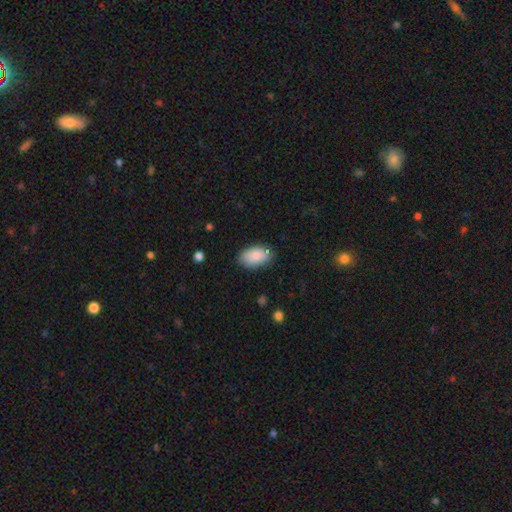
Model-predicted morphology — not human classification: Q: Smooth or featured?
A: smooth (86%); runner-up: featured or disk (8%)
Q: How rounded?
A: in between (94%); runner-up: round (4%)
Q: Merging?
A: none (81%); runner-up: minor disturbance (14%)